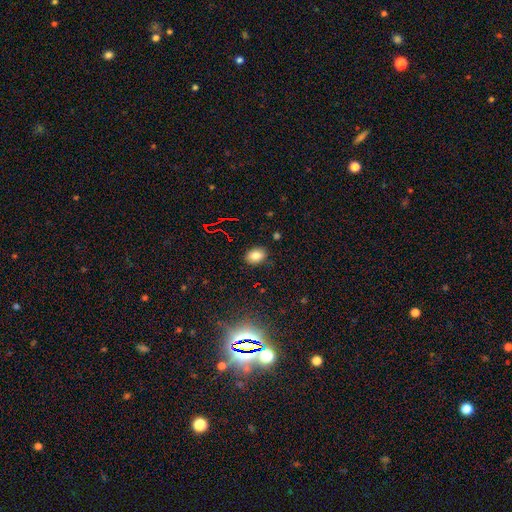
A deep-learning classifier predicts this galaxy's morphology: Overall: smooth (79%). How rounded: in between (73%). Merging: none (86%).